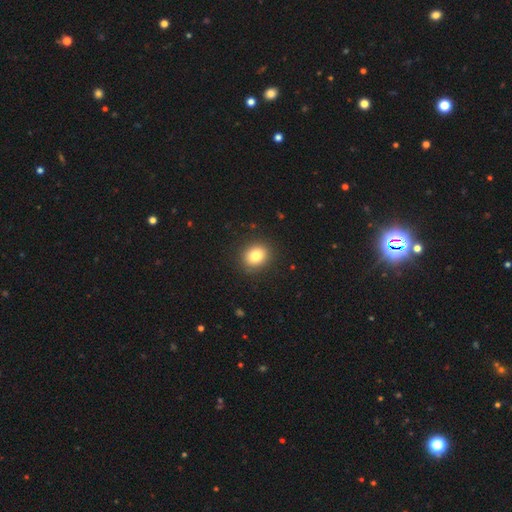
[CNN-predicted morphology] A smooth galaxy with no disk features (82%) that is round (64%).

Vote fractions:
- Smooth or featured? smooth: 82% / star or artifact: 10% / featured or disk: 8%
- How rounded? round: 64% / in between: 35% / cigar-shaped: 1%
- Merging? none: 89% / minor disturbance: 7% / major disturbance: 2% / merger: 1%